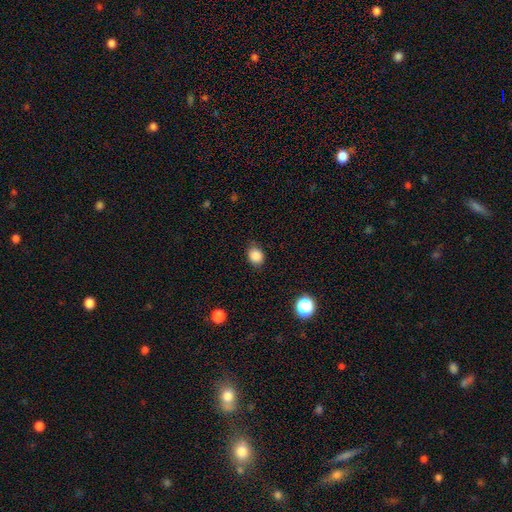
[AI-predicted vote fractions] Smooth or featured: smooth — 85% (star or artifact — 11%)
How rounded: round — 58% (in between — 41%)
Merging: none — 80% (minor disturbance — 16%)